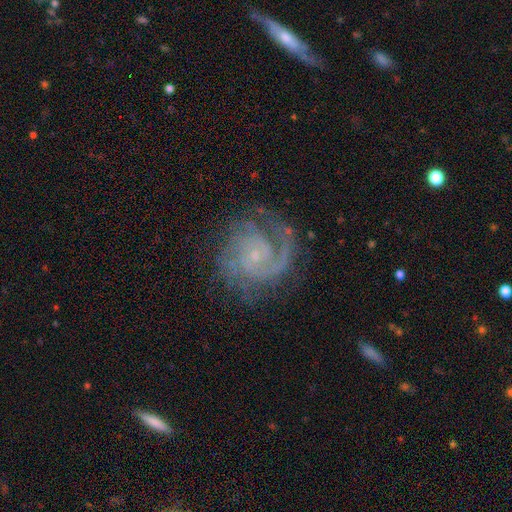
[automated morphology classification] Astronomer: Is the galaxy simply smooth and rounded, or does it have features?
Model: featured or disk — 88%.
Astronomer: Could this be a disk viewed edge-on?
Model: no — 98%.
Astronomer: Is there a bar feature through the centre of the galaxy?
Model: no — 70%.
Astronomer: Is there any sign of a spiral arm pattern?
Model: yes — 98%.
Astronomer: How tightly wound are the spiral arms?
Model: tight — 59%.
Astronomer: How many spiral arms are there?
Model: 2 — 44%.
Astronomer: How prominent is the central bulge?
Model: small — 81%.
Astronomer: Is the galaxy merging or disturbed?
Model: none — 73%.